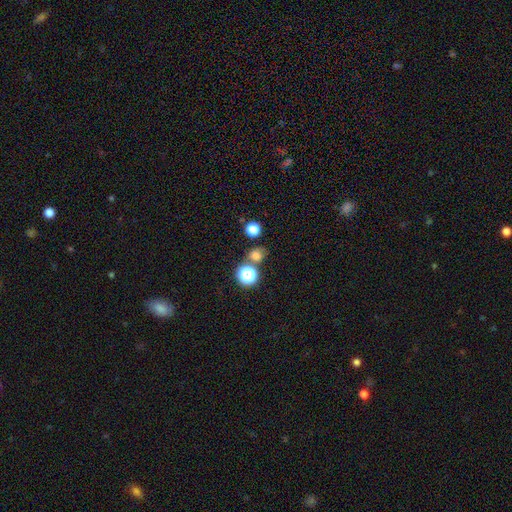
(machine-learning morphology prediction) Smooth or featured? Predicted: smooth (p=0.68). How rounded? Predicted: round (p=0.77). Merging? Predicted: none (p=0.68).